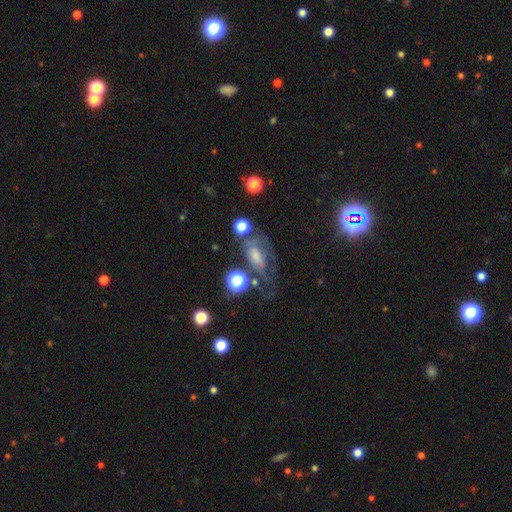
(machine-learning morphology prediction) Smooth or featured: featured or disk — 51% (smooth — 27%)
Edge-on disk: no — 88% (yes — 12%)
Merging: none — 49% (major disturbance — 22%)